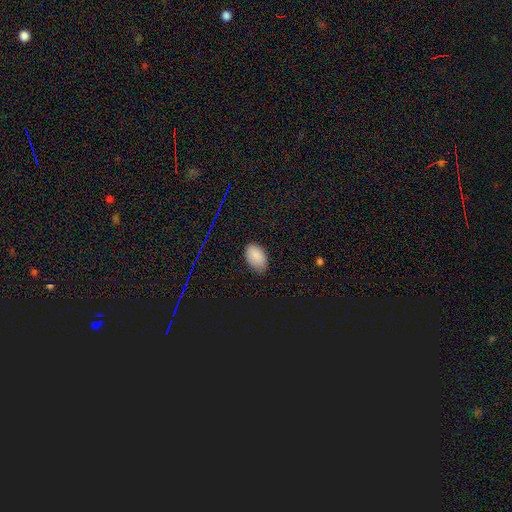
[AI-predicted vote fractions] Smooth or featured?
  - smooth: 86% *
  - star or artifact: 10%
  - featured or disk: 5%
How rounded?
  - in between: 92% *
  - round: 7%
  - cigar-shaped: 1%
Merging?
  - none: 76% *
  - minor disturbance: 20%
  - major disturbance: 3%
  - merger: 1%